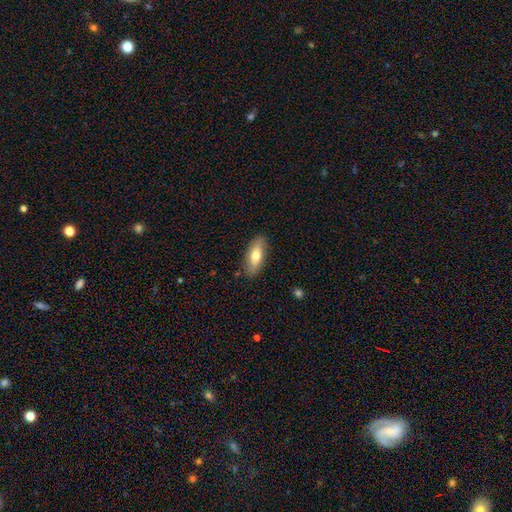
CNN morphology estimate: A smooth galaxy with no disk features (66%) that is in between round and cigar-shaped (78%). Merging: none (85%).